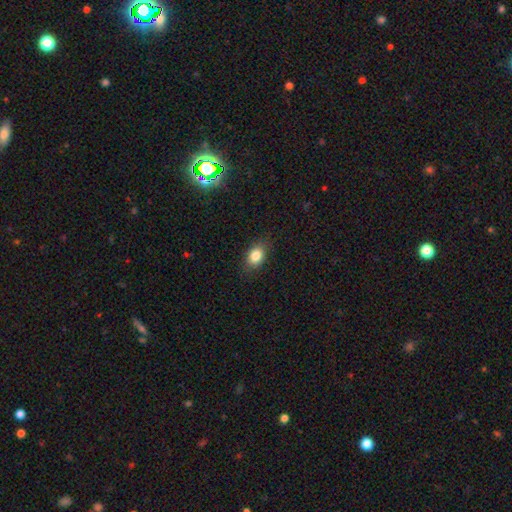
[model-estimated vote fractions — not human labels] The model was most divided on "how rounded": in between: 78%, round: 20%, cigar-shaped: 2%. More confident: smooth or featured — smooth (83%); merging — none (83%).